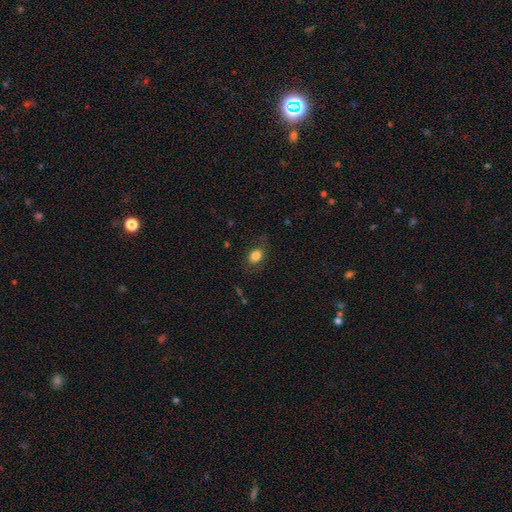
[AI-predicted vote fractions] smooth_or_featured: smooth (p=0.80) [alt: featured or disk p=0.10]
how_rounded: in between (p=0.70) [alt: round p=0.29]
merging: none (p=0.73) [alt: minor disturbance p=0.18]